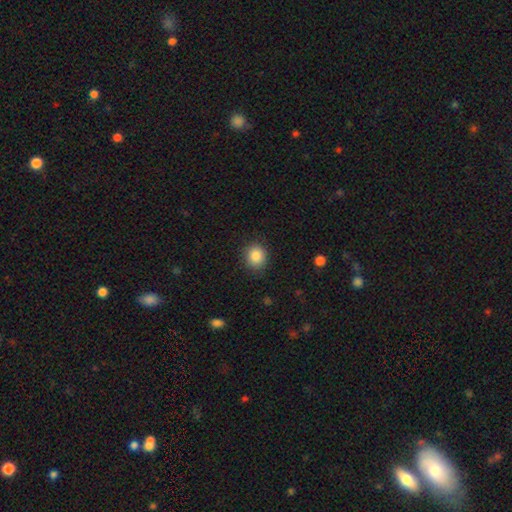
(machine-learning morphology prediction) smooth 87%, star or artifact 9%, featured or disk 4%. Down the decision tree: how rounded — round (77%); merging — none (87%).